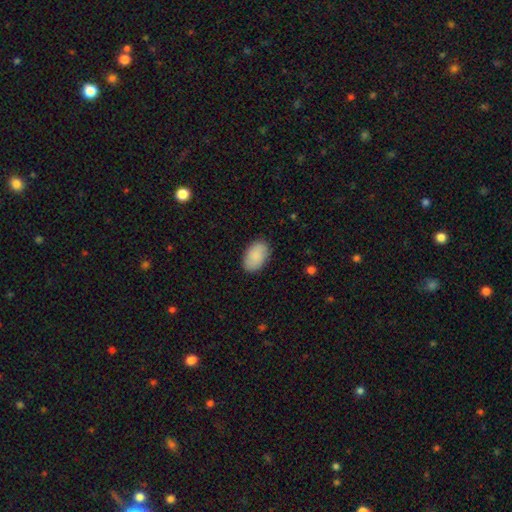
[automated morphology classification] A smooth galaxy with no disk features (88%) that is in between round and cigar-shaped (92%). Merging: none (87%).